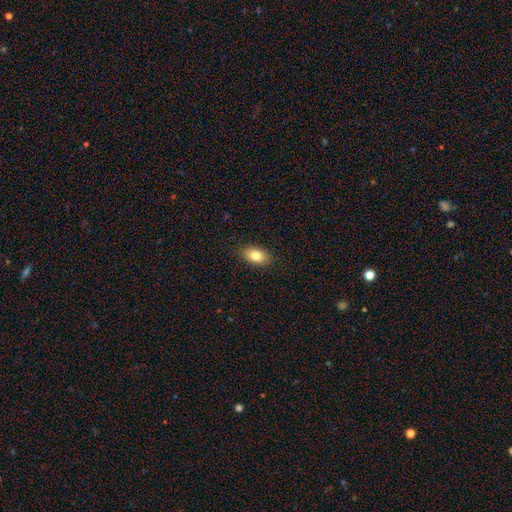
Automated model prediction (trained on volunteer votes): smooth_or_featured: smooth (p=0.82) [alt: featured or disk p=0.10]
how_rounded: in between (p=0.89) [alt: round p=0.09]
merging: none (p=0.89) [alt: minor disturbance p=0.09]